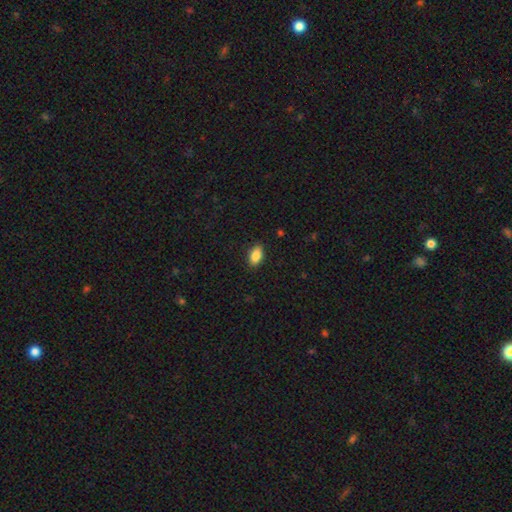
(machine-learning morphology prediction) Smooth or featured: smooth — 87% (star or artifact — 8%)
How rounded: in between — 91% (round — 6%)
Merging: none — 88% (minor disturbance — 9%)